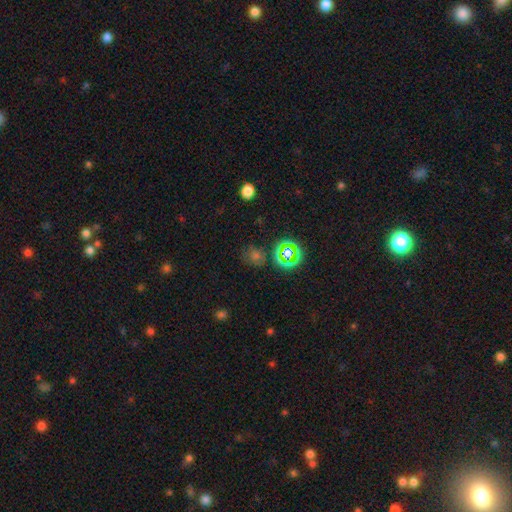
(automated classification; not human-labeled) Q: Smooth or featured?
A: star or artifact (48%); runner-up: smooth (41%)